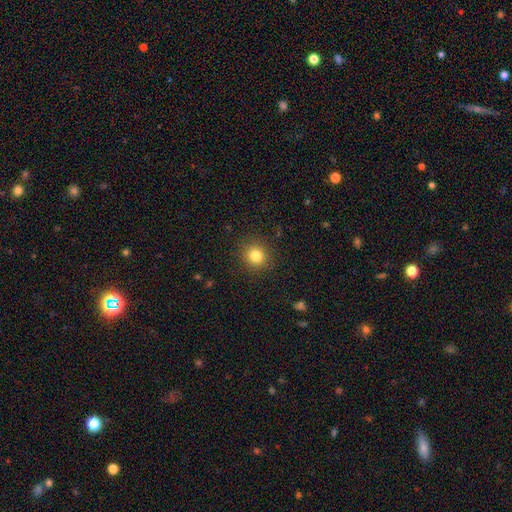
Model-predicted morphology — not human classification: A smooth galaxy with no disk features (81%) that is round (88%).

Vote fractions:
- Smooth or featured? smooth: 81% / star or artifact: 12% / featured or disk: 7%
- How rounded? round: 88% / in between: 11% / cigar-shaped: 1%
- Merging? none: 90% / minor disturbance: 7% / major disturbance: 3% / merger: 1%